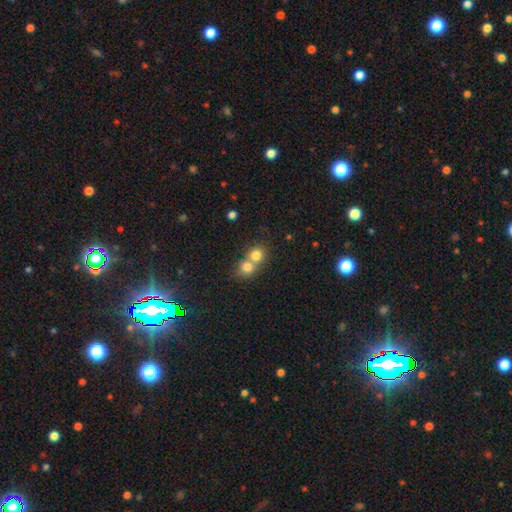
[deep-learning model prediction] smooth 78%, star or artifact 11%, featured or disk 11%. Down the decision tree: how rounded — round (84%); merging — merger (62%).